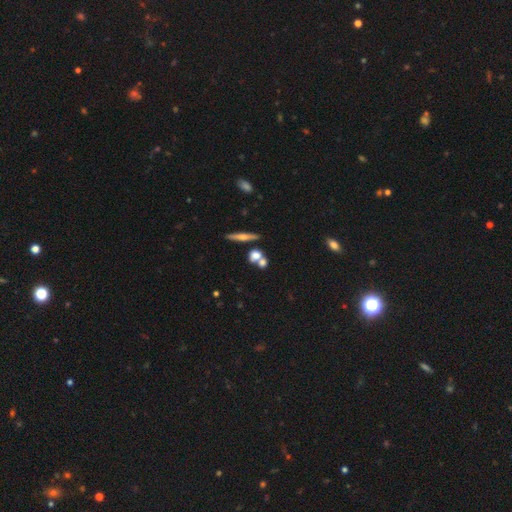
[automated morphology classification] Smooth or featured?
  - smooth: 62% *
  - featured or disk: 25%
  - star or artifact: 13%
How rounded?
  - round: 61% *
  - in between: 27%
  - cigar-shaped: 13%
Merging?
  - none: 55% *
  - merger: 32%
  - minor disturbance: 9%
  - major disturbance: 4%